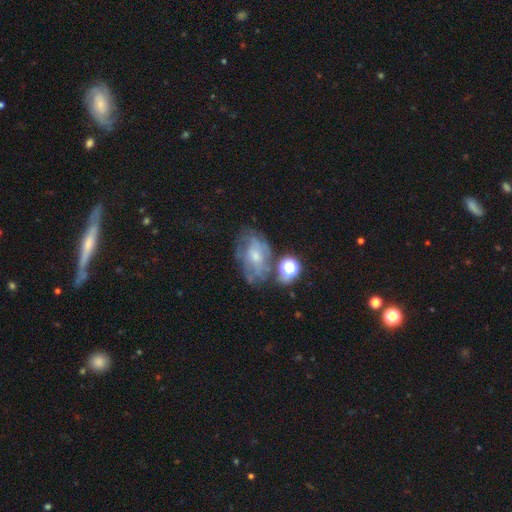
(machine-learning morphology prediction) featured or disk 58%, smooth 29%, star or artifact 13%. Down the decision tree: edge-on disk — no (95%); bar — no (70%); spiral arms — yes (58%); bulge size — small (52%); merging — none (46%).